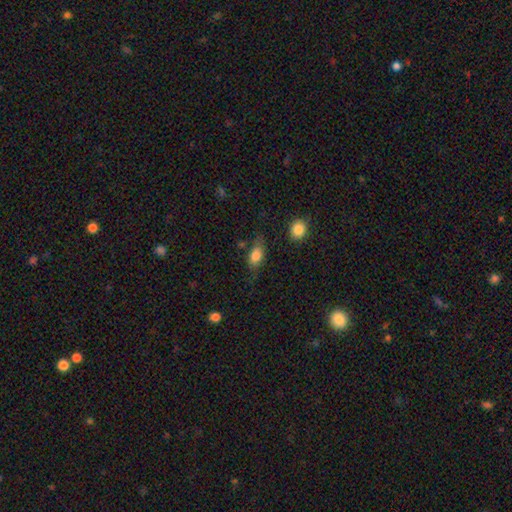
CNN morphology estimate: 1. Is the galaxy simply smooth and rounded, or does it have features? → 78% smooth, 14% featured or disk, 8% star or artifact.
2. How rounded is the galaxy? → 83% in between, 9% cigar-shaped, 8% round.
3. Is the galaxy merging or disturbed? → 66% none, 23% minor disturbance, 7% major disturbance, 4% merger.